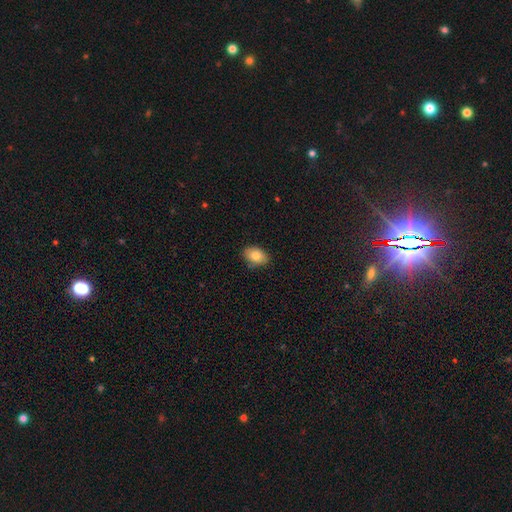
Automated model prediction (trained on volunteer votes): This appears to be a smooth galaxy with no disk features (81%) that is in between round and cigar-shaped (83%). Merging: none (86%).